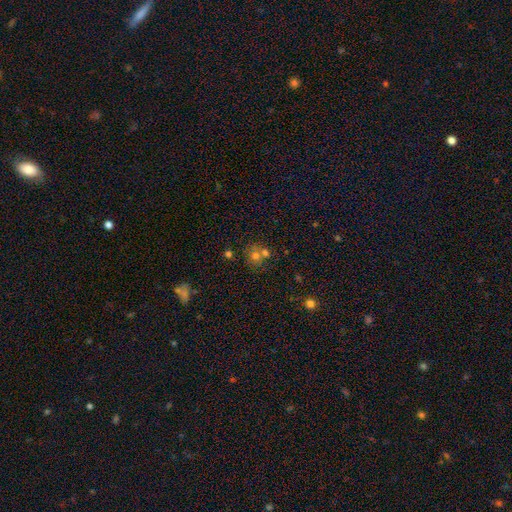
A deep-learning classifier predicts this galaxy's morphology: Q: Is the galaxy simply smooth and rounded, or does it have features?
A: smooth — 63%.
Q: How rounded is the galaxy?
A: round — 82%.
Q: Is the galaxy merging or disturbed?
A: none — 50%.